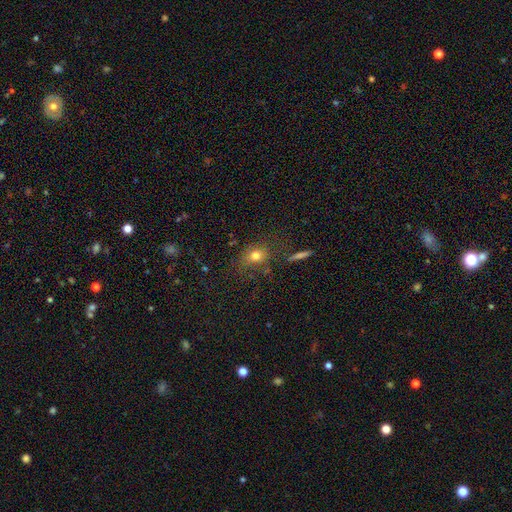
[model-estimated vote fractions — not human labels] This appears to be a smooth galaxy with no disk features (75%) that is in between round and cigar-shaped (50%). Merging: none (70%).